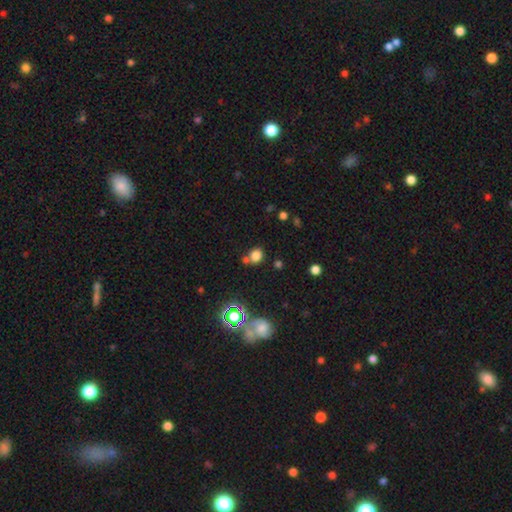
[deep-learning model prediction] Smooth or featured? Predicted: smooth (p=0.76). How rounded? Predicted: round (p=0.74). Merging? Predicted: none (p=0.64).